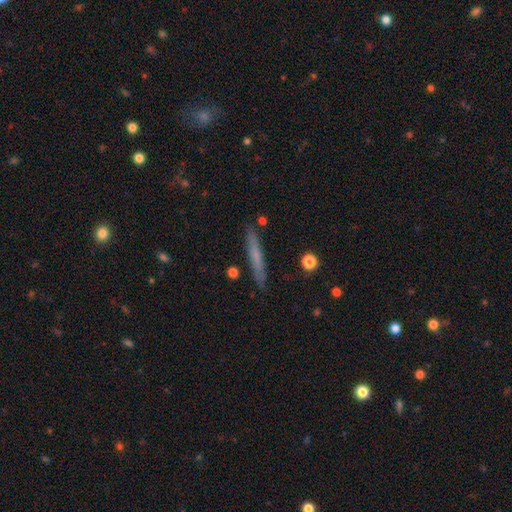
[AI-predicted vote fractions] Q: Smooth or featured?
A: smooth (56%); runner-up: featured or disk (37%)
Q: How rounded?
A: cigar-shaped (95%); runner-up: in between (3%)
Q: Merging?
A: none (88%); runner-up: minor disturbance (8%)